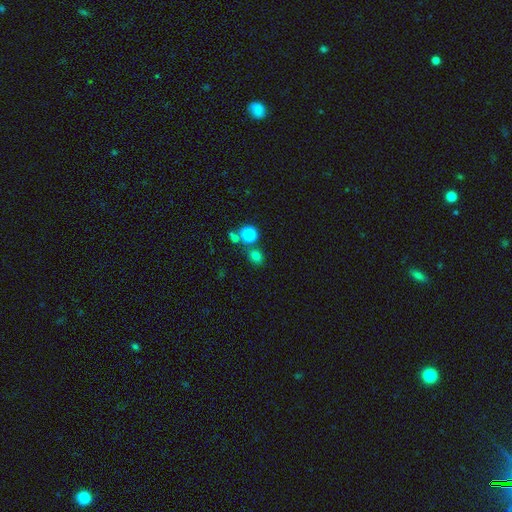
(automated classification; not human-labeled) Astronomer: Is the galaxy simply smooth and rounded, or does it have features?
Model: smooth — 75%.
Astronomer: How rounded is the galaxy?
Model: round — 71%.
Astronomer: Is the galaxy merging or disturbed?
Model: none — 68%.